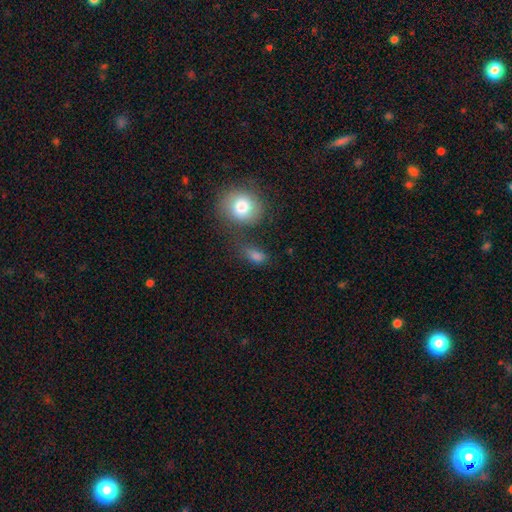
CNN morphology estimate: Smooth or featured? smooth (80%)
How rounded? in between (69%)
Merging? none (50%)